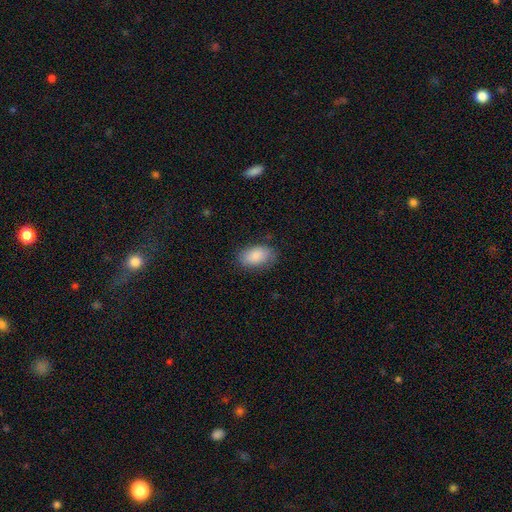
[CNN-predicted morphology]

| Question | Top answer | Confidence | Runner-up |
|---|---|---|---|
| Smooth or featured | smooth | 87% | featured or disk (7%) |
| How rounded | in between | 92% | round (6%) |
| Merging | none | 82% | minor disturbance (14%) |